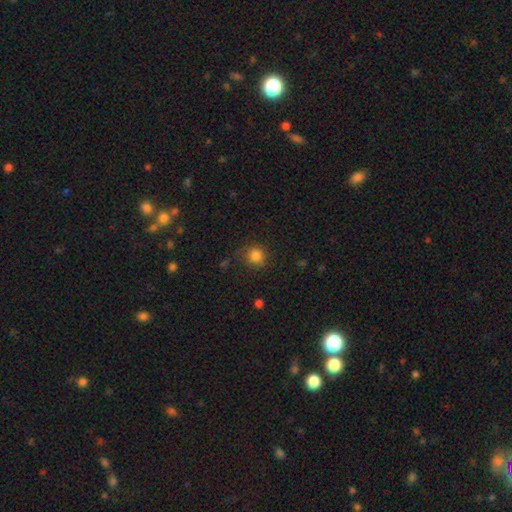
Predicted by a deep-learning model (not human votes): smooth 84%, star or artifact 12%, featured or disk 5%. Down the decision tree: how rounded — round (89%); merging — none (74%).